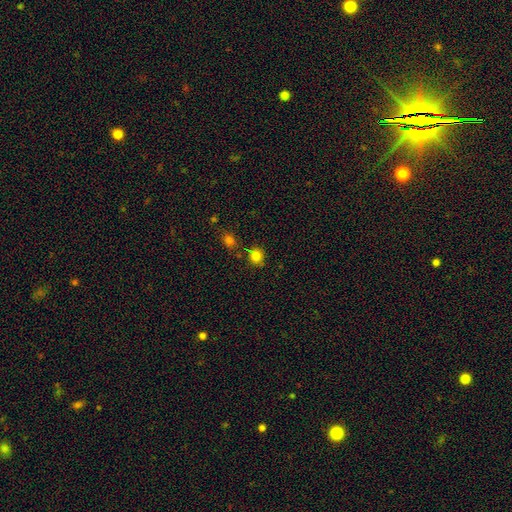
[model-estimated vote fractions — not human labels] This appears to be a smooth galaxy with no disk features (81%) that is round (82%). Merging: none (70%).